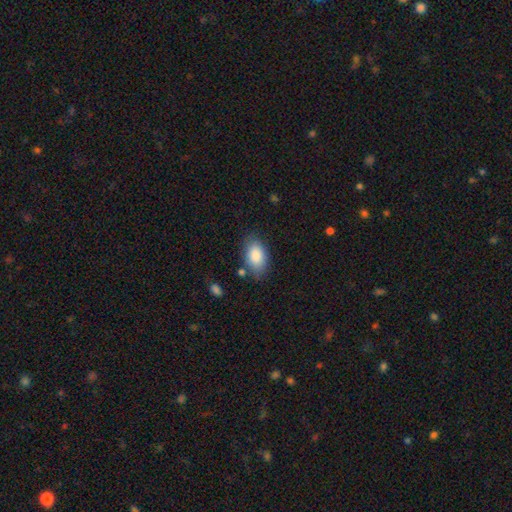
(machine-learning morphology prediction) type=smooth (87%); roundness=in between (92%); merging=none (75%).